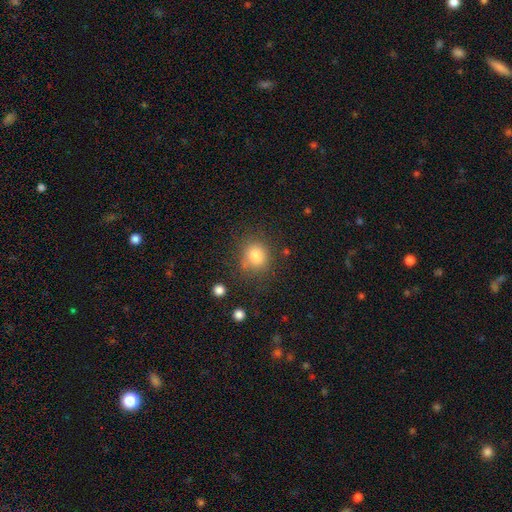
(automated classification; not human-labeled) smooth 82%, star or artifact 11%, featured or disk 7%. Down the decision tree: how rounded — round (79%); merging — none (74%).